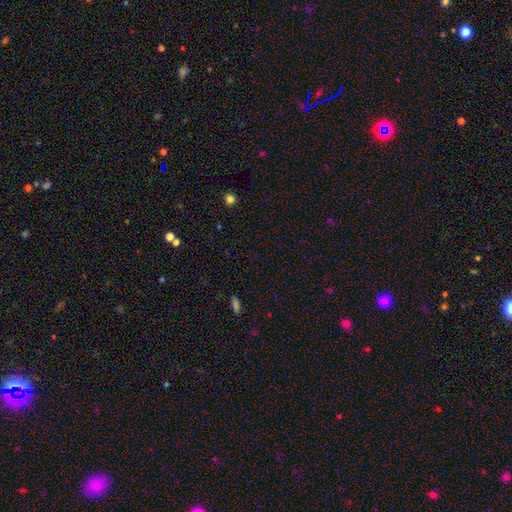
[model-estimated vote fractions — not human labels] smooth_or_featured: star or artifact (p=0.53) [alt: smooth p=0.39]